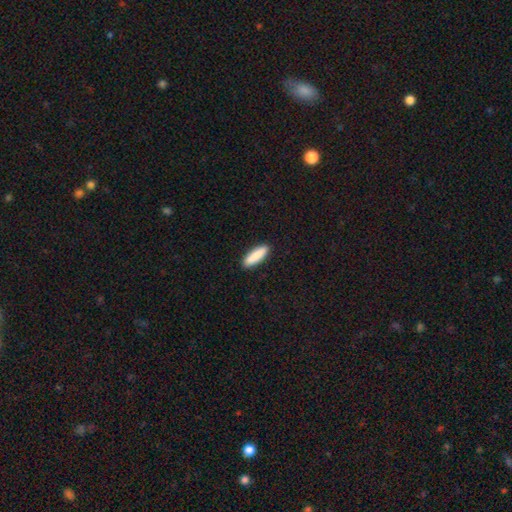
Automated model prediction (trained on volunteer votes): Smooth or featured?
  - smooth: 90% *
  - star or artifact: 5%
  - featured or disk: 5%
How rounded?
  - cigar-shaped: 57% *
  - in between: 41%
  - round: 2%
Merging?
  - none: 91% *
  - minor disturbance: 6%
  - major disturbance: 1%
  - merger: 1%